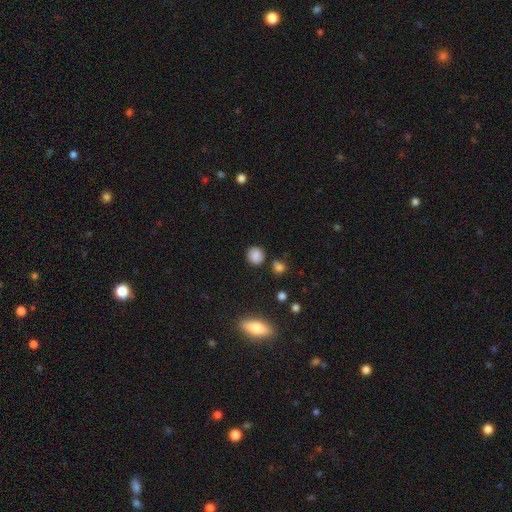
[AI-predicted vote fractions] Overall: smooth (83%). How rounded: round (87%). Merging: none (83%).